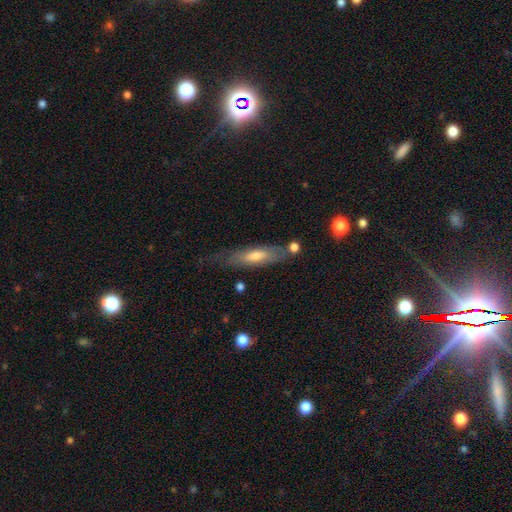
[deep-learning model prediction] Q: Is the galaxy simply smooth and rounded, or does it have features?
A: smooth — 47%.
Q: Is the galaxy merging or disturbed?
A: none — 64%.